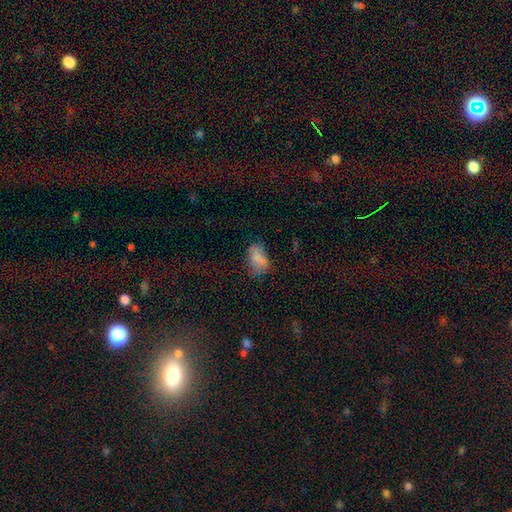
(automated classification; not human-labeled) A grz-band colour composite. It shows a smooth galaxy with no disk features (71%) that is in between round and cigar-shaped (87%). Merging: none (51%).